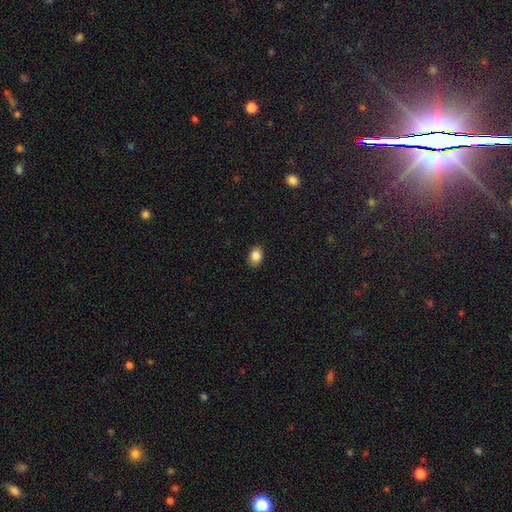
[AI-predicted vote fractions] Q: Smooth or featured?
A: smooth (86%); runner-up: star or artifact (9%)
Q: How rounded?
A: in between (72%); runner-up: round (27%)
Q: Merging?
A: none (87%); runner-up: minor disturbance (10%)